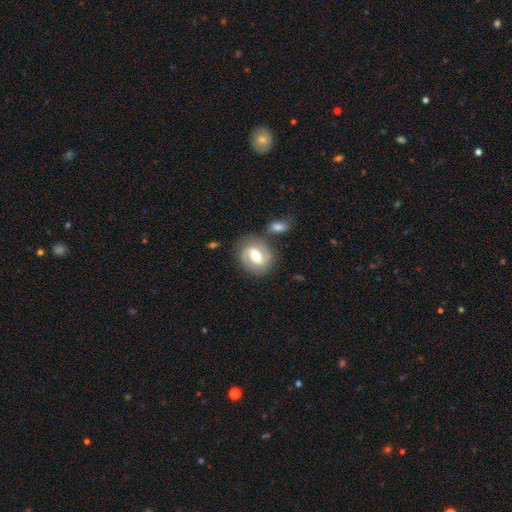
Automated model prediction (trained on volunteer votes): Morphology: type=featured or disk (68%); edge-on=no (96%); bar=weak (46%); spiral arms=yes (83%); winding=medium (44%); arm count=2 (83%); bulge=moderate (73%); merging=none (73%).